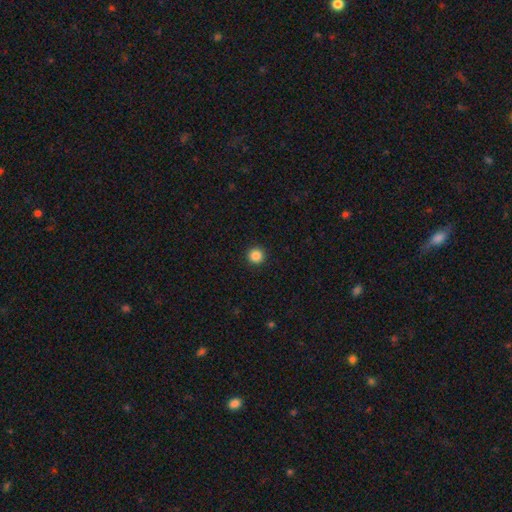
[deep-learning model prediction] Smooth or featured? Predicted: smooth (p=0.86). How rounded? Predicted: round (p=0.96). Merging? Predicted: none (p=0.94).